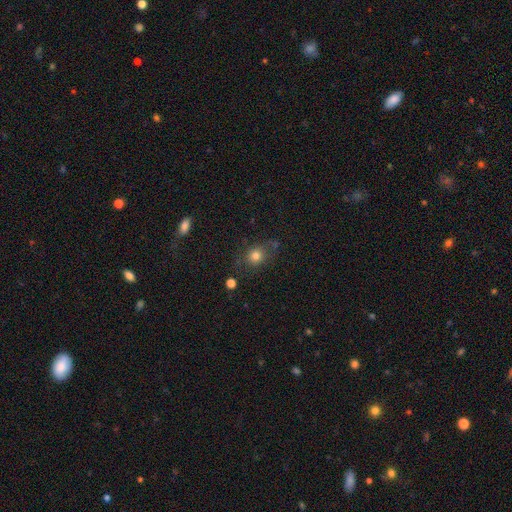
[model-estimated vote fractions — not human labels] Smooth or featured? Predicted: smooth (p=0.77). How rounded? Predicted: round (p=0.72). Merging? Predicted: none (p=0.68).